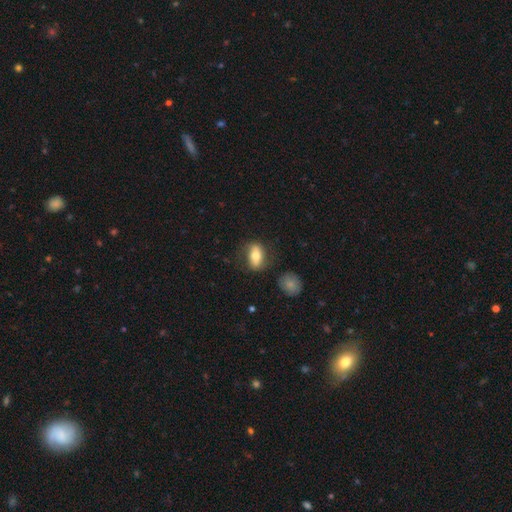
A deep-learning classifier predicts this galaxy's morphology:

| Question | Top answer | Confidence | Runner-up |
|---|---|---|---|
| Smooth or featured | smooth | 64% | featured or disk (29%) |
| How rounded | in between | 81% | round (11%) |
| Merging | none | 72% | minor disturbance (17%) |